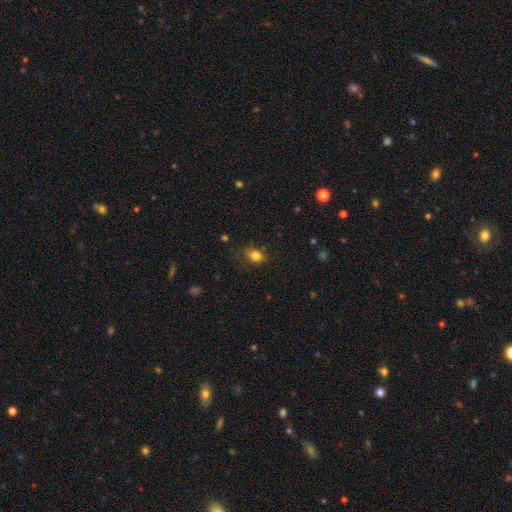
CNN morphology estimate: type=smooth (82%); roundness=in between (69%); merging=none (74%).